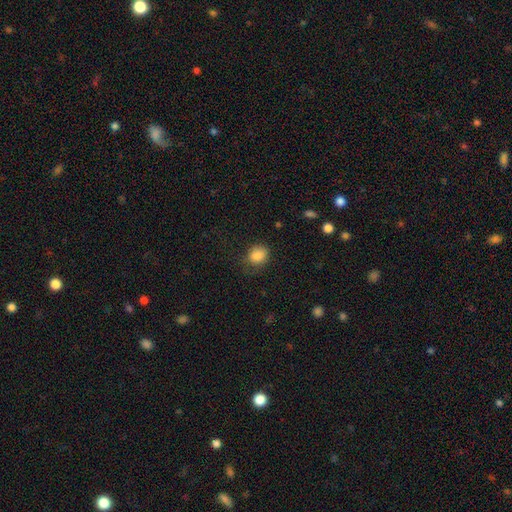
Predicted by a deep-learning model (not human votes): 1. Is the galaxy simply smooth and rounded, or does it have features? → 86% smooth, 9% star or artifact, 5% featured or disk.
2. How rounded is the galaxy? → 52% round, 47% in between, 1% cigar-shaped.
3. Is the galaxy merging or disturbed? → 64% none, 24% minor disturbance, 10% major disturbance, 1% merger.